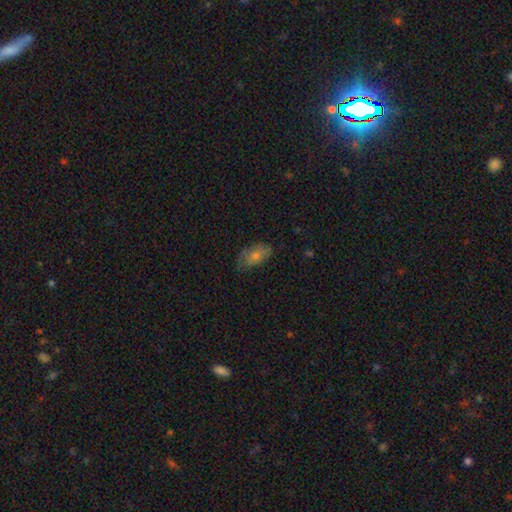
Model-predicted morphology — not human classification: The model was most divided on "merging": none: 70%, minor disturbance: 23%, major disturbance: 5%, merger: 1%. More confident: how rounded — in between (87%); smooth or featured — smooth (69%).